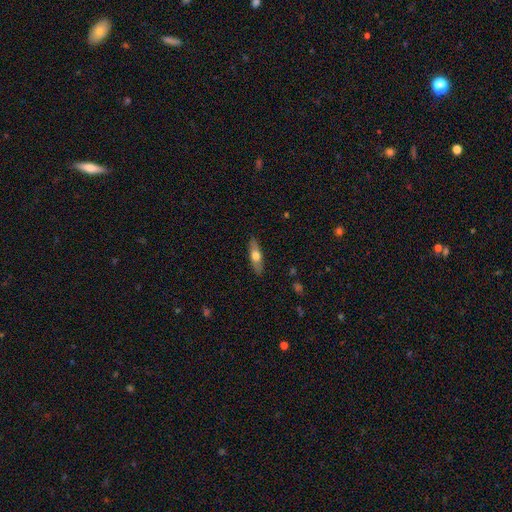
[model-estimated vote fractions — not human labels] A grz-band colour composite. It shows a smooth galaxy with no disk features (55%) that is cigar-shaped (55%). Merging: none (87%).